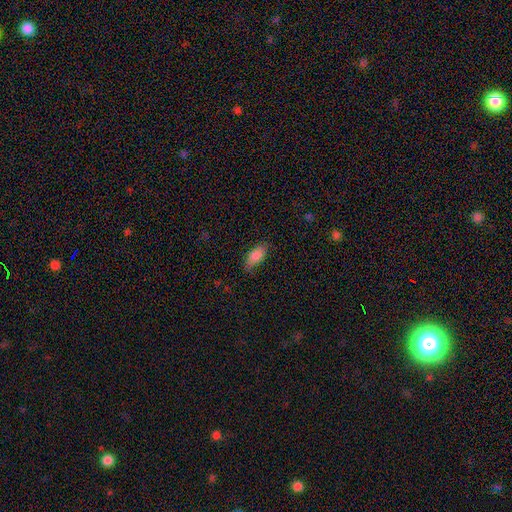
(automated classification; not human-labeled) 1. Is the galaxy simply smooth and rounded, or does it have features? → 84% smooth, 8% featured or disk, 7% star or artifact.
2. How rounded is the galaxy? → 88% in between, 10% cigar-shaped, 3% round.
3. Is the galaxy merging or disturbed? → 73% none, 21% minor disturbance, 5% major disturbance, 1% merger.